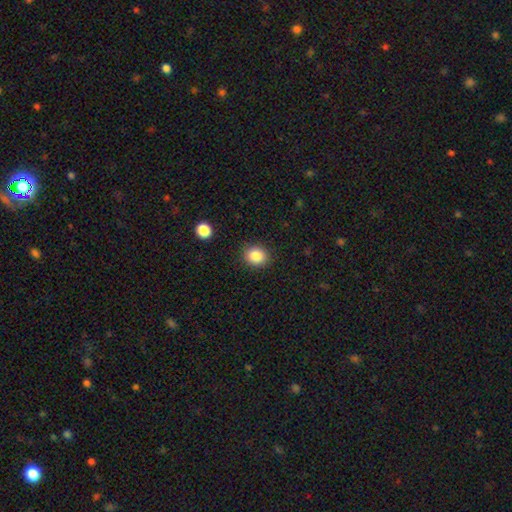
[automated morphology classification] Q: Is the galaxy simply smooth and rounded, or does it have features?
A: smooth — 85%.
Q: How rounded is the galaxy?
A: round — 71%.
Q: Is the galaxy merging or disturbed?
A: none — 89%.